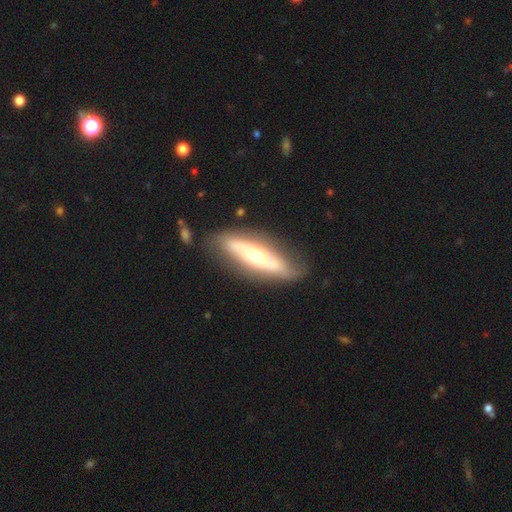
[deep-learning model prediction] The model was most divided on "edge-on disk": no: 58%, yes: 42%. More confident: merging — none (70%); smooth or featured — featured or disk (60%).